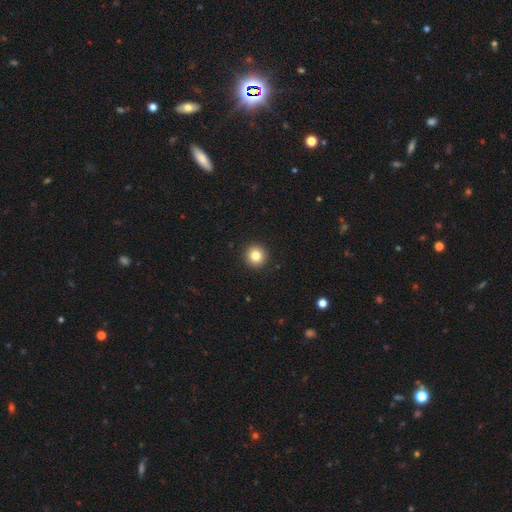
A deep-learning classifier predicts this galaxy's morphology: smooth_or_featured: smooth (p=0.83) [alt: star or artifact p=0.11]
how_rounded: round (p=0.95) [alt: in between p=0.04]
merging: none (p=0.93) [alt: minor disturbance p=0.04]